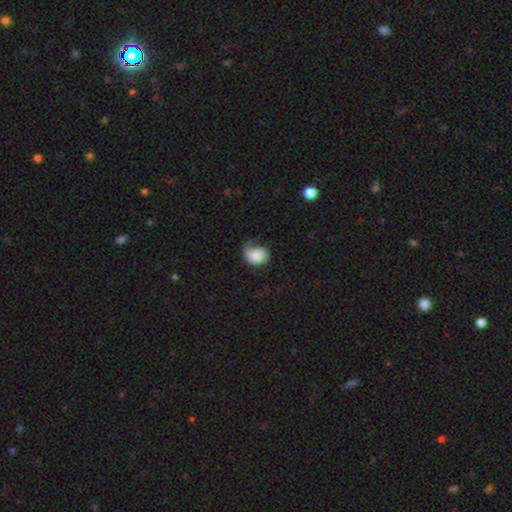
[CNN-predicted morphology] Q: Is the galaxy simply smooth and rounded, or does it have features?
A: smooth — 56%.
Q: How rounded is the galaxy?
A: in between — 53%.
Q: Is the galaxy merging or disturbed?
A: minor disturbance — 35%.